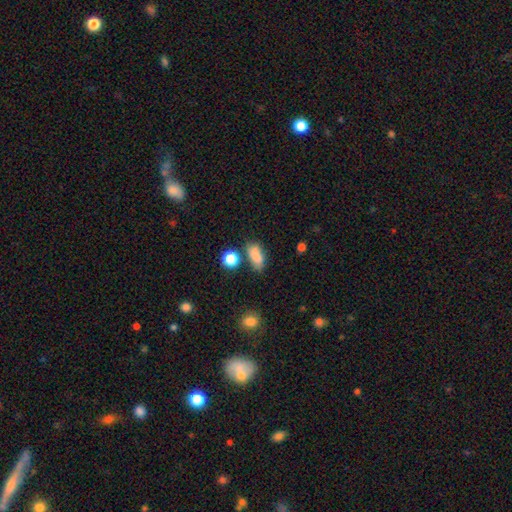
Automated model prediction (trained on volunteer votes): Q: Smooth or featured?
A: smooth (81%); runner-up: star or artifact (11%)
Q: How rounded?
A: in between (81%); runner-up: round (10%)
Q: Merging?
A: none (60%); runner-up: minor disturbance (22%)